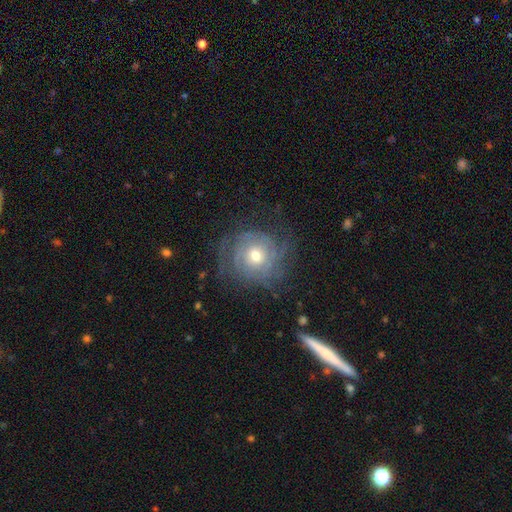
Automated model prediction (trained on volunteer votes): Smooth or featured? featured or disk (75%)
Edge-on disk? no (97%)
Bar? no (75%)
Spiral arms? yes (90%)
Spiral winding? tight (65%)
Spiral arm count? can't tell (43%)
Bulge size? moderate (64%)
Merging? none (67%)